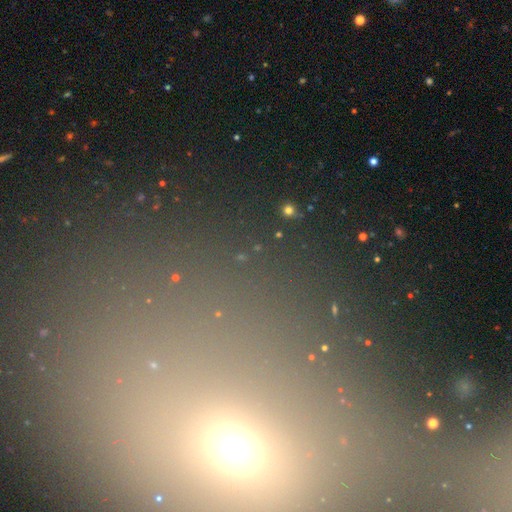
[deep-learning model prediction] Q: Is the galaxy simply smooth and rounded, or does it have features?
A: star or artifact — 56%.